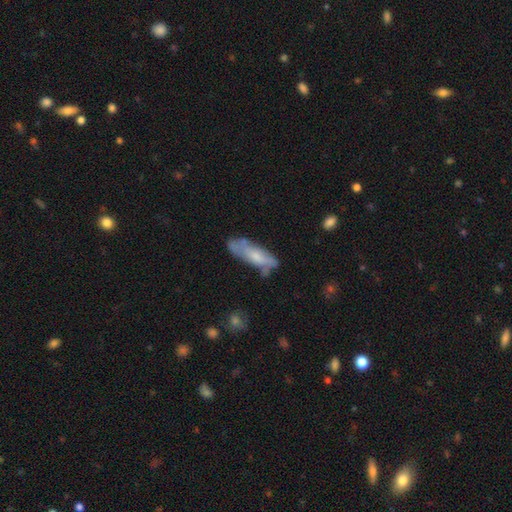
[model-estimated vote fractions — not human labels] A smooth galaxy with no disk features (54%) that is in between round and cigar-shaped (52%).

Vote fractions:
- Smooth or featured? smooth: 54% / featured or disk: 39% / star or artifact: 7%
- How rounded? in between: 52% / cigar-shaped: 46% / round: 2%
- Merging? none: 50% / minor disturbance: 30% / major disturbance: 13% / merger: 7%